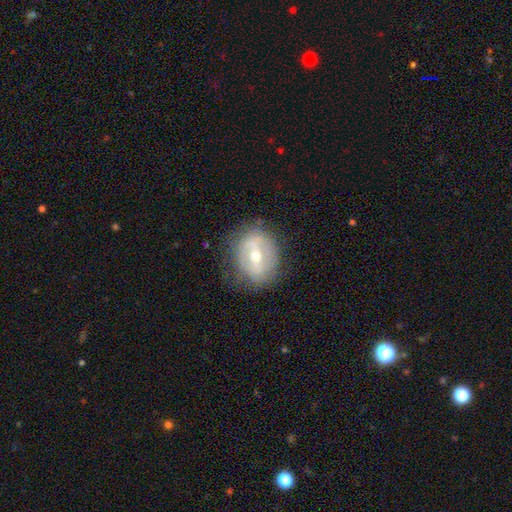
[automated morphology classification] Smooth or featured: featured or disk — 67% (smooth — 25%)
Edge-on disk: no — 92% (yes — 8%)
Bar: strong — 52% (weak — 34%)
Spiral arms: no — 65% (yes — 35%)
Bulge size: moderate — 62% (small — 34%)
Merging: none — 77% (minor disturbance — 16%)